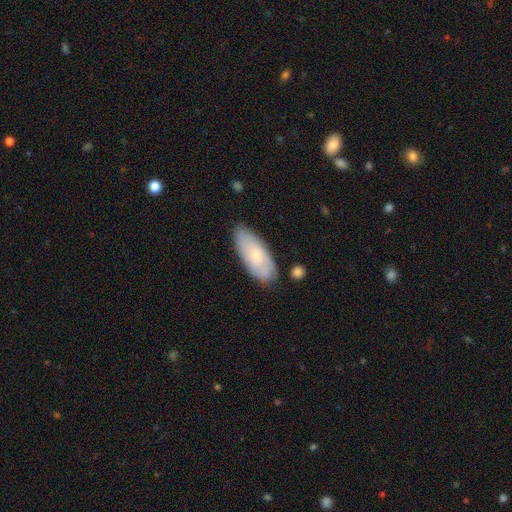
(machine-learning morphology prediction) Smooth or featured?
  - smooth: 61% *
  - featured or disk: 33%
  - star or artifact: 6%
How rounded?
  - in between: 84% *
  - cigar-shaped: 14%
  - round: 2%
Merging?
  - none: 76% *
  - minor disturbance: 17%
  - major disturbance: 3%
  - merger: 3%